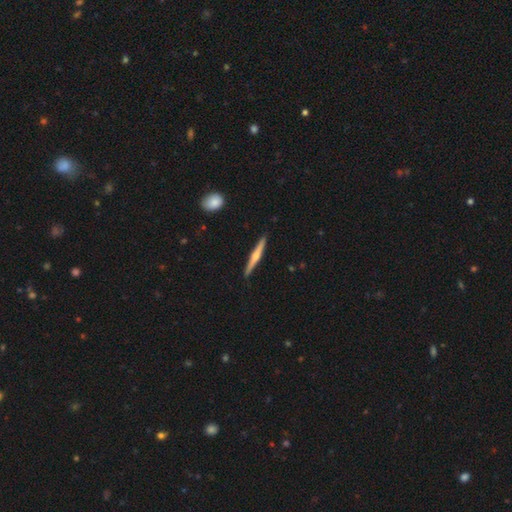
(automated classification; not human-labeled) This appears to be a featured or disk galaxy (63%) viewed edge-on (98%) with a rounded central bulge (83%). Merging: none (91%).